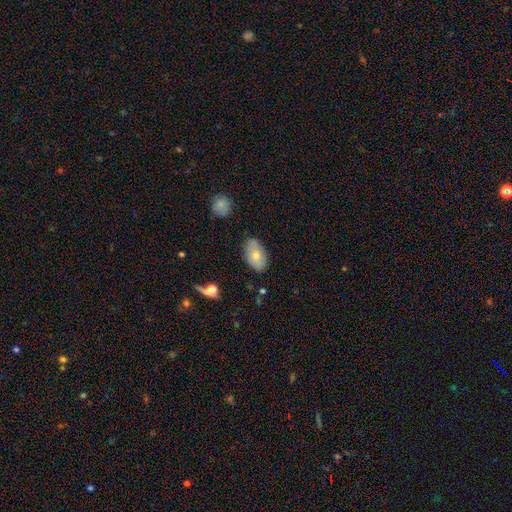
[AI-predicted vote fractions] Smooth or featured? Predicted: smooth (p=0.72). How rounded? Predicted: in between (p=0.93). Merging? Predicted: none (p=0.80).